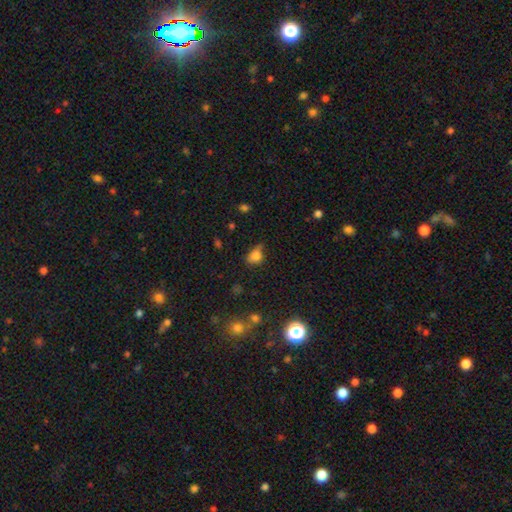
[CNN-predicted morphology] A smooth galaxy with no disk features (77%) that is in between round and cigar-shaped (65%). Merging: minor disturbance (40%).